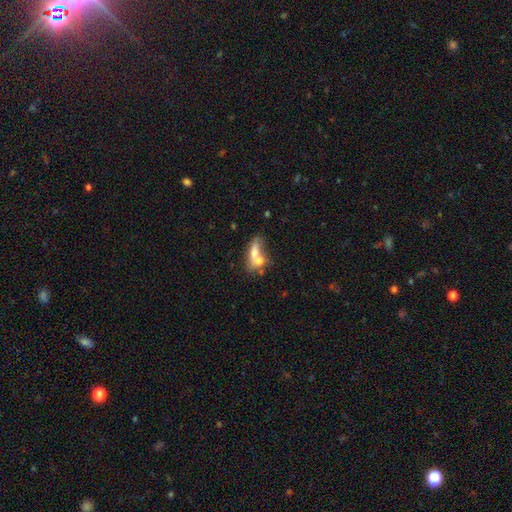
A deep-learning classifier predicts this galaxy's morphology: Smooth or featured? smooth (61%)
How rounded? in between (69%)
Merging? merger (60%)